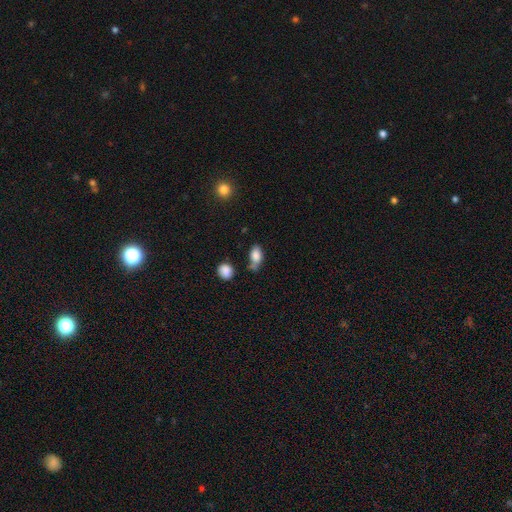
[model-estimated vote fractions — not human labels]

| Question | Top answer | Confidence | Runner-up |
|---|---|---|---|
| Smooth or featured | smooth | 83% | star or artifact (9%) |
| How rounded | in between | 87% | round (8%) |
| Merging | none | 46% | minor disturbance (28%) |